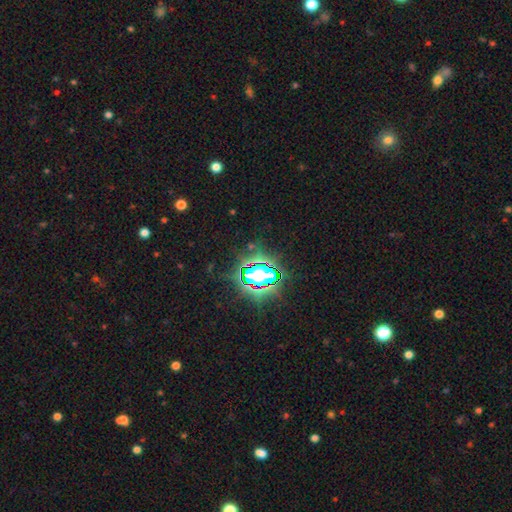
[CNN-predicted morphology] star or artifact 80%, smooth 12%, featured or disk 8%.